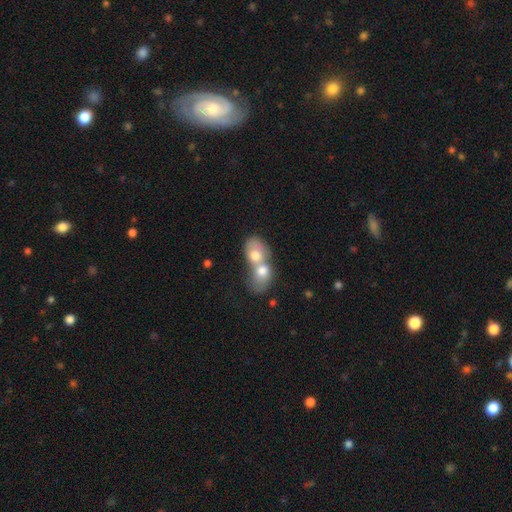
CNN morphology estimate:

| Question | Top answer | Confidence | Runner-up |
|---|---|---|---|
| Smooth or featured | smooth | 66% | featured or disk (27%) |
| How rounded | in between | 62% | round (36%) |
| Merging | merger | 84% | none (9%) |